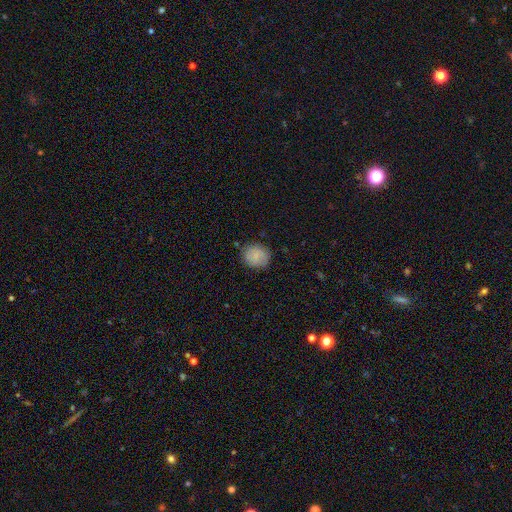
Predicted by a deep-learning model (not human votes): A smooth galaxy with no disk features (81%) that is round (81%). Merging: none (82%).